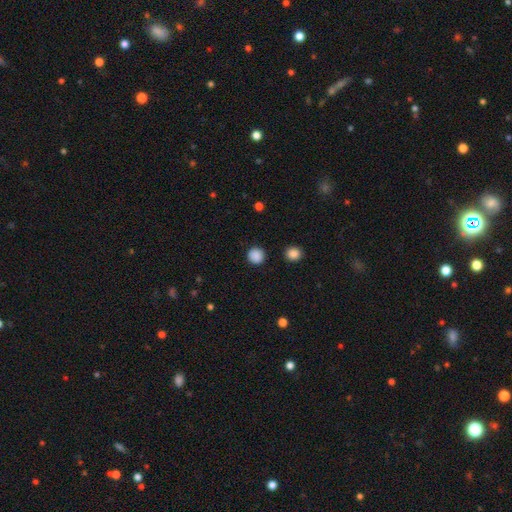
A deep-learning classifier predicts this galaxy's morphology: type=smooth (87%); roundness=round (94%); merging=none (90%).